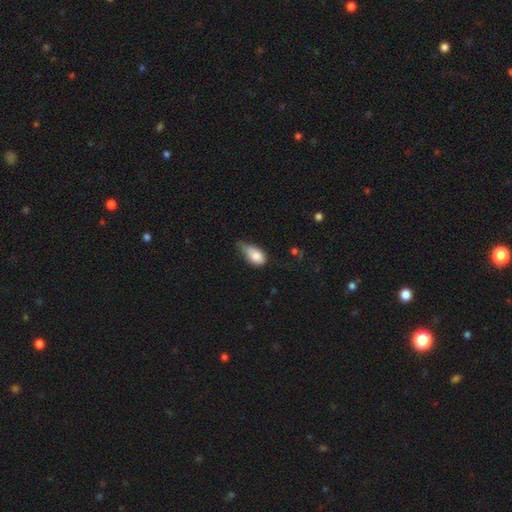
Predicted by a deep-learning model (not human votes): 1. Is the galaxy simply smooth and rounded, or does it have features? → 81% smooth, 11% featured or disk, 8% star or artifact.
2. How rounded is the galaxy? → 86% in between, 10% round, 4% cigar-shaped.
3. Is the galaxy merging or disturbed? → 54% minor disturbance, 23% major disturbance, 19% none, 4% merger.